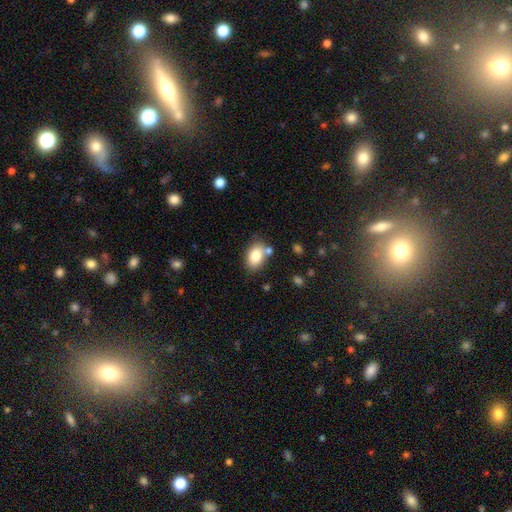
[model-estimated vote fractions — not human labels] smooth-or-featured: smooth: 82% | featured or disk: 10% | star or artifact: 8%
  how-rounded: in between: 83% | round: 15% | cigar-shaped: 1%
  merging: none: 72% | minor disturbance: 15% | merger: 10% | major disturbance: 4%